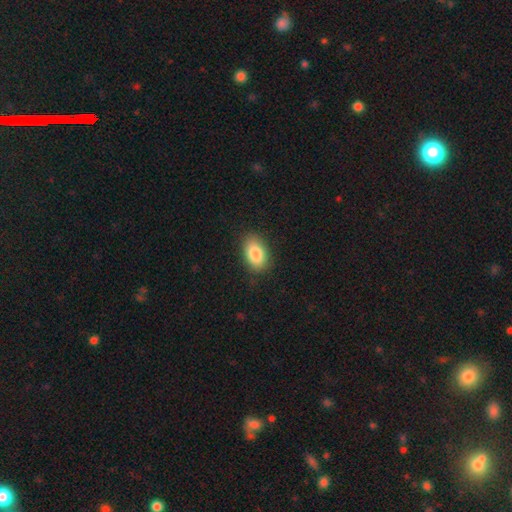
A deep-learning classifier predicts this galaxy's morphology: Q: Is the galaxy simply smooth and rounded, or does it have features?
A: smooth — 86%.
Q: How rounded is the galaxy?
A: in between — 91%.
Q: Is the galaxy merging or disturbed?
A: none — 85%.